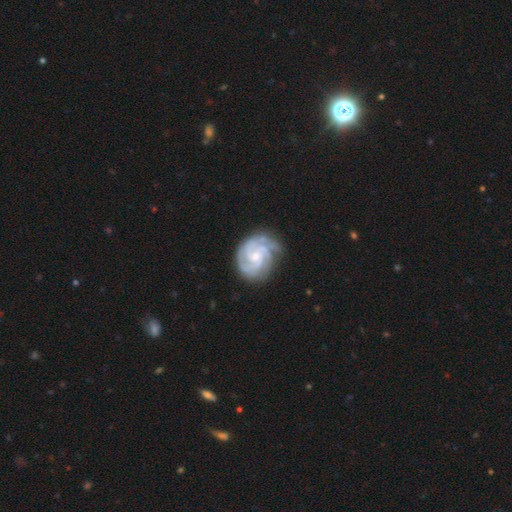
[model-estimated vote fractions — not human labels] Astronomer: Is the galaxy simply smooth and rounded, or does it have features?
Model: featured or disk — 89%.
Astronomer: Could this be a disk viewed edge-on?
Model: no — 98%.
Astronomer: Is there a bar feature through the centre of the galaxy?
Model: no — 62%.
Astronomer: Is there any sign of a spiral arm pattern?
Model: yes — 98%.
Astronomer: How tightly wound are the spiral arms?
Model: tight — 64%.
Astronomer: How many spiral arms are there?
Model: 3 — 41% (runner-up: 2, 25%).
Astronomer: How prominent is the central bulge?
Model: small — 64%.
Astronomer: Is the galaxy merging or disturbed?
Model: none — 70%.